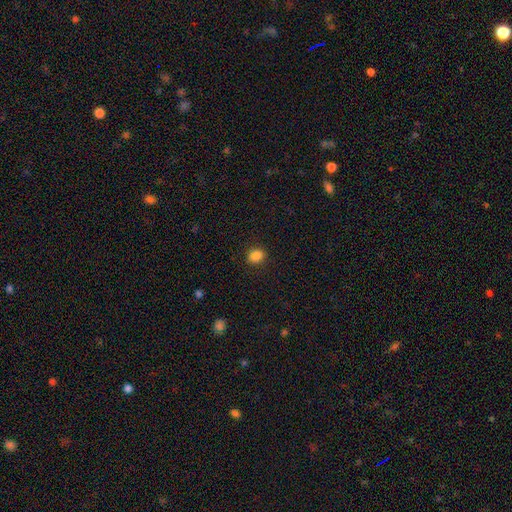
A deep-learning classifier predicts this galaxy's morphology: A smooth galaxy with no disk features (87%) that is in between round and cigar-shaped (51%). Merging: none (89%).